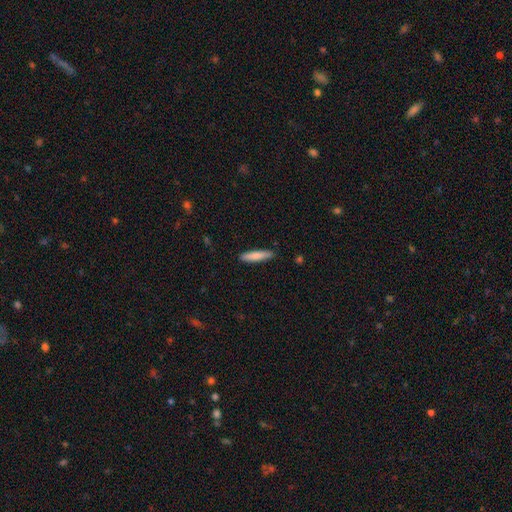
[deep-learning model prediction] Smooth or featured? smooth (80%)
How rounded? cigar-shaped (85%)
Merging? none (88%)